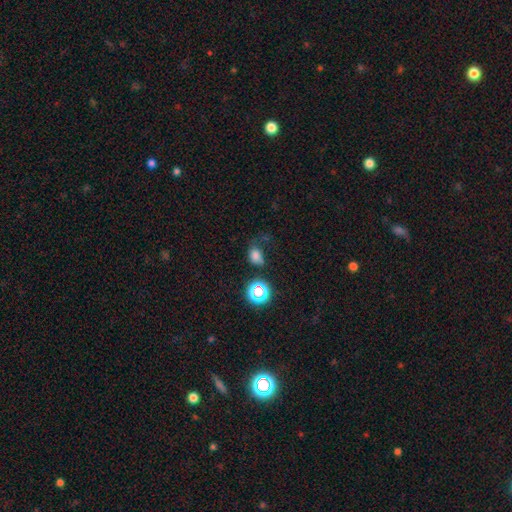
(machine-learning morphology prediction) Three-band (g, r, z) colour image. It shows a smooth galaxy with no disk features (69%) that is in between round and cigar-shaped (62%). Merging: none (43%).